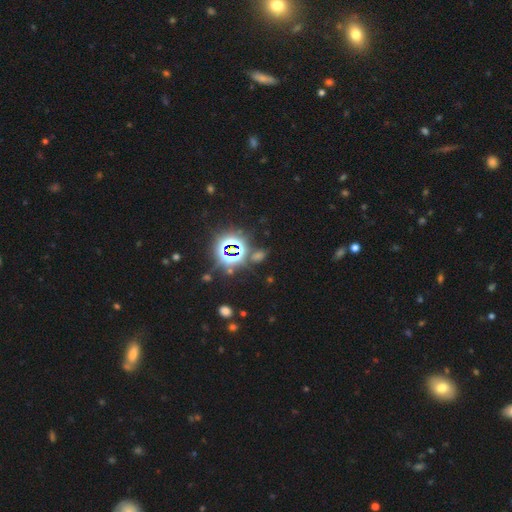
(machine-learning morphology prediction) Smooth or featured: star or artifact — 77% (smooth — 15%)